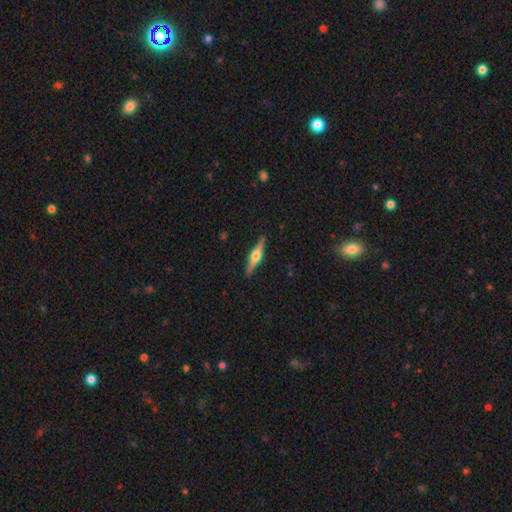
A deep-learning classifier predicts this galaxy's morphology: Smooth or featured? Predicted: featured or disk (p=0.77). Edge-on disk? Predicted: yes (p=0.98). Edge-on bulge? Predicted: rounded (p=0.94). Merging? Predicted: none (p=0.91).